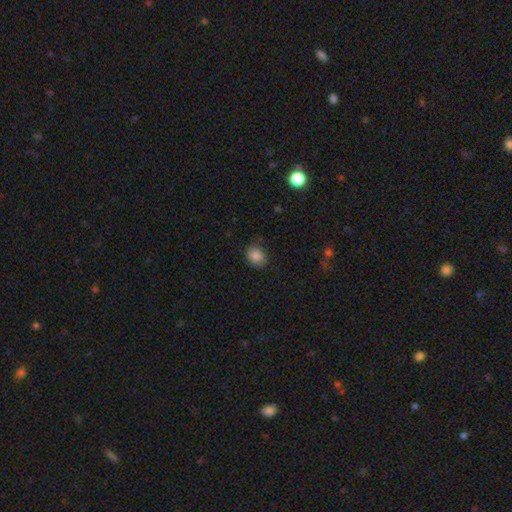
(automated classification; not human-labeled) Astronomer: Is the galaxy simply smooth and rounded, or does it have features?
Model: smooth — 84%.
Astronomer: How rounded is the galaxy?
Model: round — 50% (runner-up: in between, 49%).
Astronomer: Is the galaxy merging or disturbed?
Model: none — 80%.